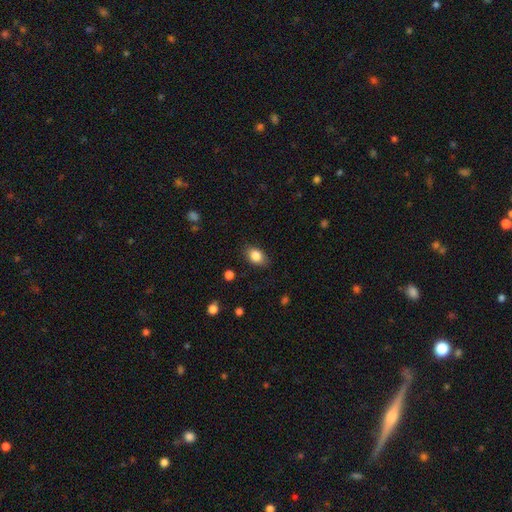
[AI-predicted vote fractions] The model was most divided on "how rounded": in between: 78%, round: 21%, cigar-shaped: 1%. More confident: smooth or featured — smooth (85%); merging — none (84%).